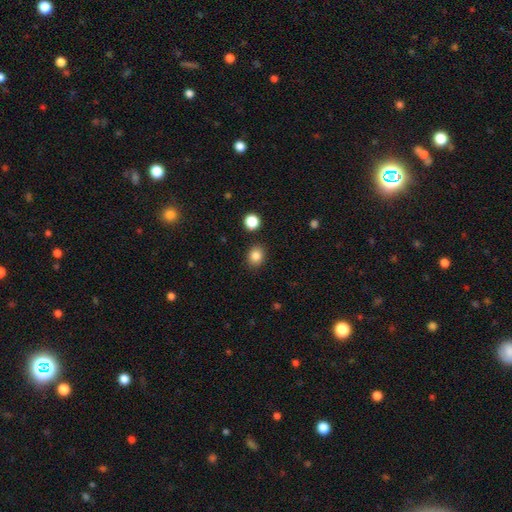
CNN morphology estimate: Smooth or featured? smooth (85%)
How rounded? round (67%)
Merging? none (87%)